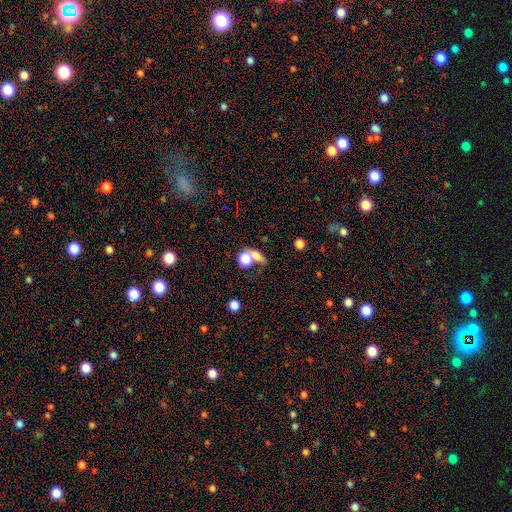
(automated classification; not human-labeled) This appears to be a smooth galaxy with no disk features (68%) that is in between round and cigar-shaped (46%, tied with round). Merging: merger (46%).